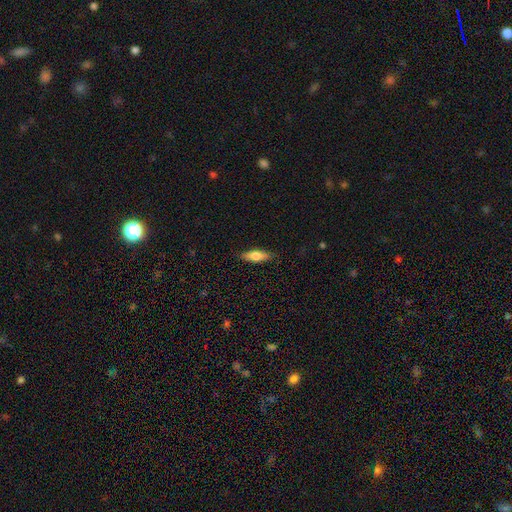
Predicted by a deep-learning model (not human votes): A smooth galaxy with no disk features (64%) that is in between round and cigar-shaped (54%).

Vote fractions:
- Smooth or featured? smooth: 64% / featured or disk: 30% / star or artifact: 6%
- How rounded? in between: 54% / cigar-shaped: 43% / round: 3%
- Merging? none: 87% / minor disturbance: 10% / major disturbance: 2% / merger: 1%